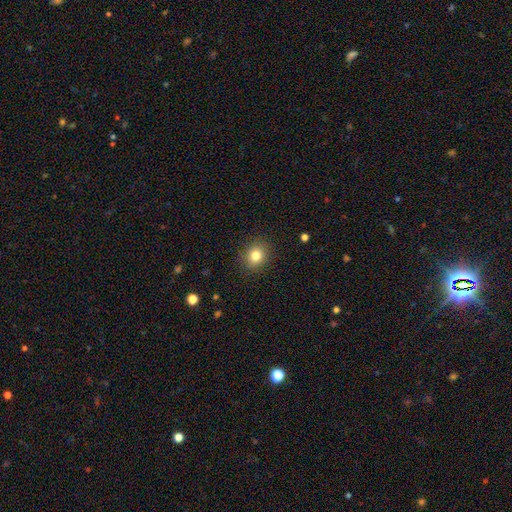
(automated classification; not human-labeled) Morphology: type=smooth (81%); roundness=round (72%); merging=none (88%).